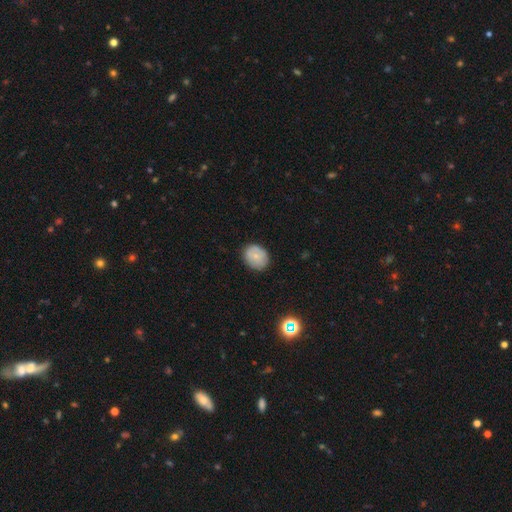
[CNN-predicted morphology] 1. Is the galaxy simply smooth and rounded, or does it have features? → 70% smooth, 21% featured or disk, 9% star or artifact.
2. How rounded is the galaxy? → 57% round, 42% in between, 1% cigar-shaped.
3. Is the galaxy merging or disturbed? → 82% none, 13% minor disturbance, 3% major disturbance, 1% merger.